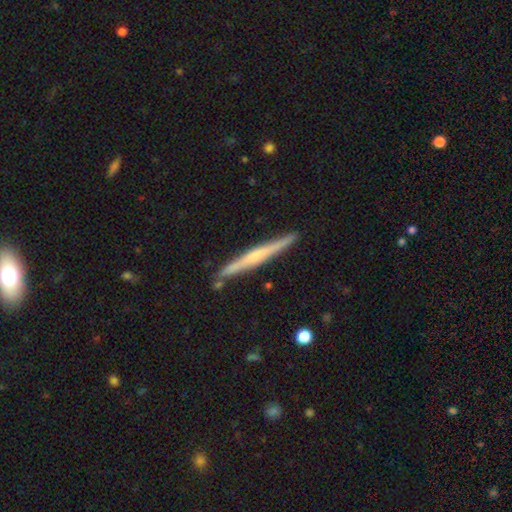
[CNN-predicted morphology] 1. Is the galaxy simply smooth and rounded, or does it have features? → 59% featured or disk, 36% smooth, 6% star or artifact.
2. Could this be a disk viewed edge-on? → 97% yes, 3% no.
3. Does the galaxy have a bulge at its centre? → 46% none, 40% rounded, 13% boxy.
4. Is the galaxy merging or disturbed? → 86% none, 9% minor disturbance, 3% merger, 2% major disturbance.